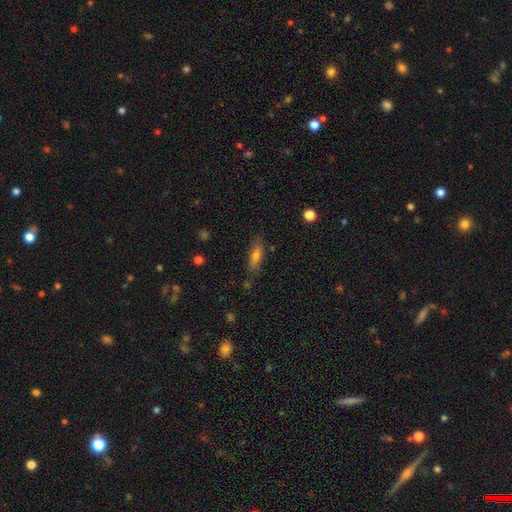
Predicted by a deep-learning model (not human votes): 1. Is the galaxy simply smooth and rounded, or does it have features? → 68% smooth, 24% featured or disk, 8% star or artifact.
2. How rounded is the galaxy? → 53% cigar-shaped, 45% in between, 3% round.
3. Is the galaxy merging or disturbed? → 79% none, 15% minor disturbance, 4% major disturbance, 3% merger.